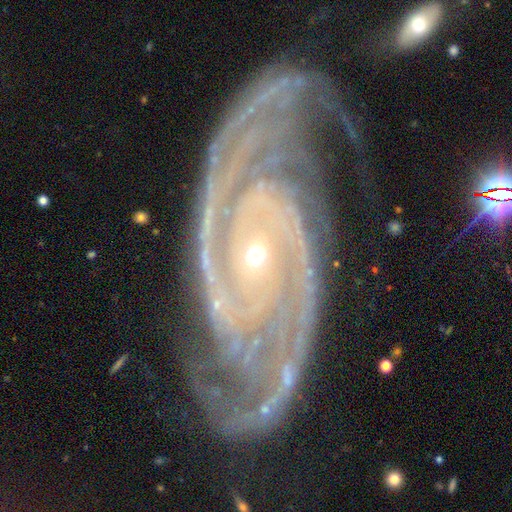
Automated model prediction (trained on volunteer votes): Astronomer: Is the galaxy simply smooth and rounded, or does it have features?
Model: featured or disk — 92%.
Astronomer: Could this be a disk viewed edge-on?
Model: no — 97%.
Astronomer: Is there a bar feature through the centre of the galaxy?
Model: no — 68%.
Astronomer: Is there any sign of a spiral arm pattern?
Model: yes — 98%.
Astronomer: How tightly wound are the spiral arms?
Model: tight — 60%.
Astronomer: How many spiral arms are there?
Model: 2 — 52%.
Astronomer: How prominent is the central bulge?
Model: small — 69%.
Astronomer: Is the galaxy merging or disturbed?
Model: none — 65%.